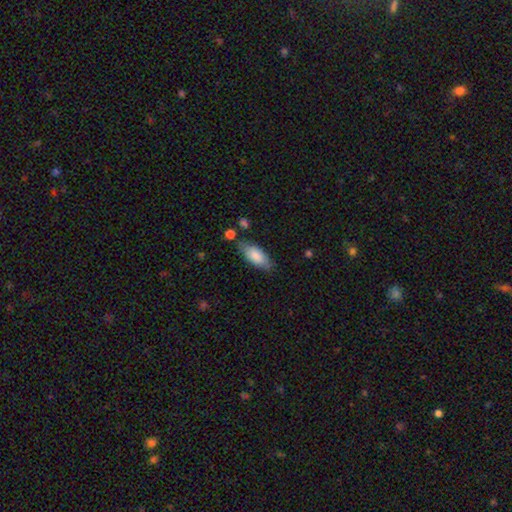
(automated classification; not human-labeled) smooth-or-featured: smooth: 83% | featured or disk: 11% | star or artifact: 6%
  how-rounded: in between: 81% | cigar-shaped: 17% | round: 2%
  merging: none: 73% | minor disturbance: 17% | merger: 6% | major disturbance: 4%